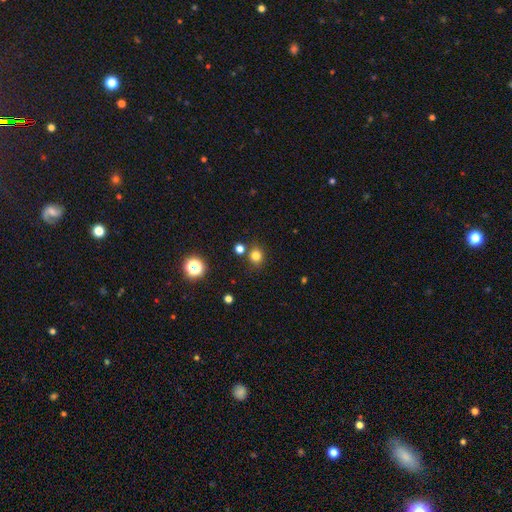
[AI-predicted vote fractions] The model was most divided on "smooth or featured": smooth: 78%, star or artifact: 17%, featured or disk: 6%. More confident: how rounded — round (83%); merging — none (79%).